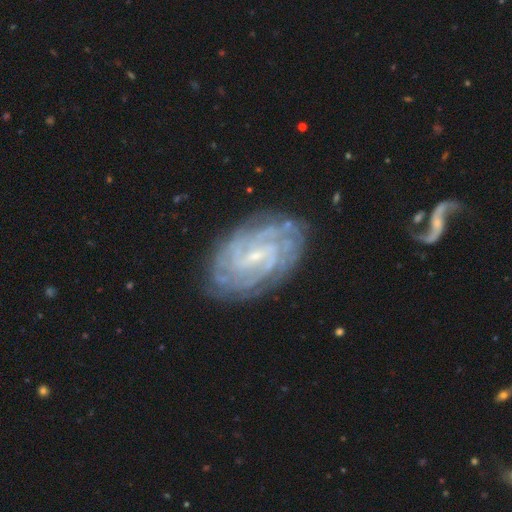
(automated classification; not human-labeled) Smooth or featured? featured or disk (87%)
Edge-on disk? no (97%)
Bar? weak (53%)
Spiral arms? yes (97%)
Spiral winding? tight (73%)
Spiral arm count? can't tell (33%)
Bulge size? small (79%)
Merging? none (82%)